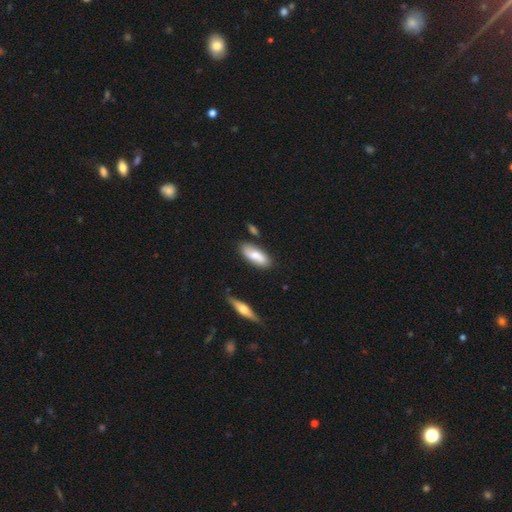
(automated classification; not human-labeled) A smooth galaxy with no disk features (64%) that is in between round and cigar-shaped (81%). Merging: none (79%).